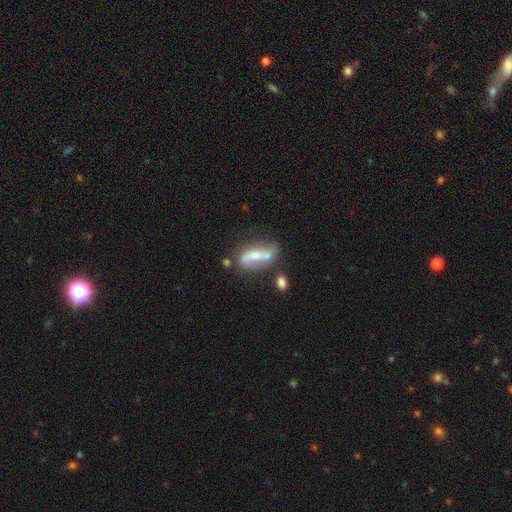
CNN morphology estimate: Overall: featured or disk (61%; smooth 32%). Edge-on disk: no (85%). Bar: no (38%; strong 34%). Spiral arms: yes (69%; no 31%). Bulge size: moderate (54%; small 37%). Merging: none (49%; minor disturbance 21%).